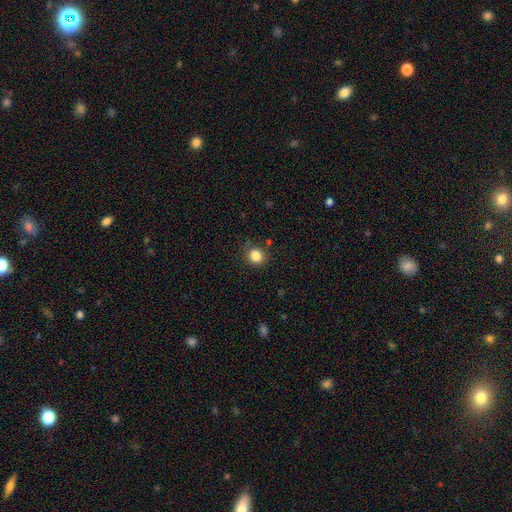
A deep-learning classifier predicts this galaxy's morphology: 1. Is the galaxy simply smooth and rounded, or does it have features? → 84% smooth, 11% star or artifact, 5% featured or disk.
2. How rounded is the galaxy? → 78% round, 21% in between, 1% cigar-shaped.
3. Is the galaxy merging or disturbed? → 81% none, 13% minor disturbance, 4% major disturbance, 2% merger.